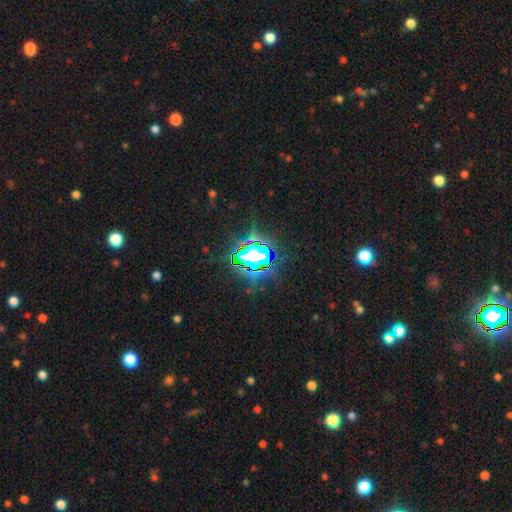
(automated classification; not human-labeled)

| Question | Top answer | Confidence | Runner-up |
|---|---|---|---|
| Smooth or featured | star or artifact | 83% | smooth (11%) |